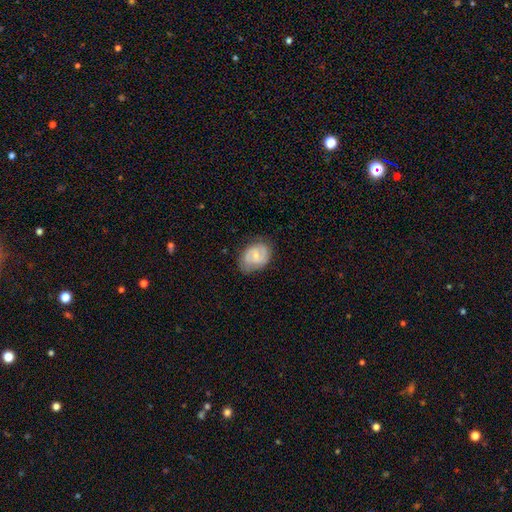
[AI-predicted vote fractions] Smooth or featured? featured or disk (57%)
Edge-on disk? no (97%)
Bar? weak (47%)
Spiral arms? yes (80%)
Bulge size? small (58%)
Merging? none (70%)